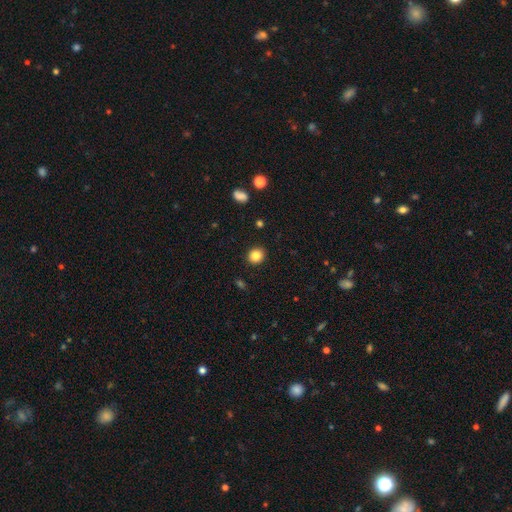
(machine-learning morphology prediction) This appears to be a smooth galaxy with no disk features (85%) that is round (81%). Merging: none (92%).